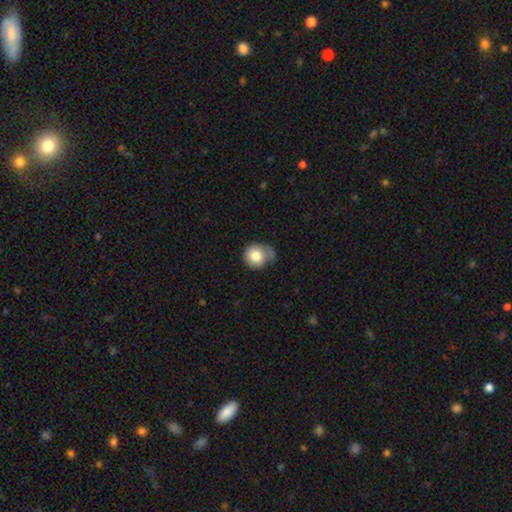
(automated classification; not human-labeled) Smooth or featured: smooth — 81% (featured or disk — 12%)
How rounded: round — 83% (in between — 16%)
Merging: none — 46% (minor disturbance — 32%)